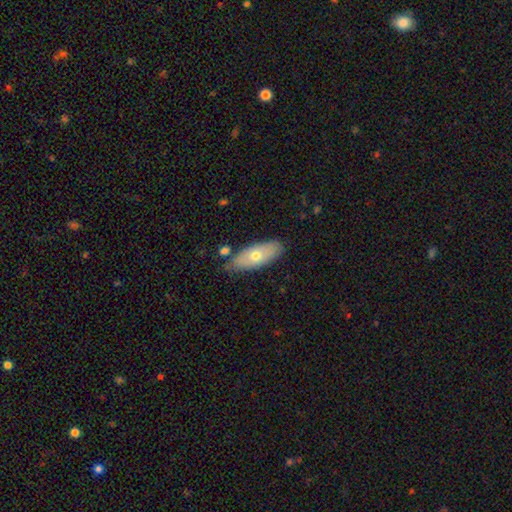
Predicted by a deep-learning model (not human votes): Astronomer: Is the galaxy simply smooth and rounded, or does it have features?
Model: smooth — 62%.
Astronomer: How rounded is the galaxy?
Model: in between — 75%.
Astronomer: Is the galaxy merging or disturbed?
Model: none — 75%.